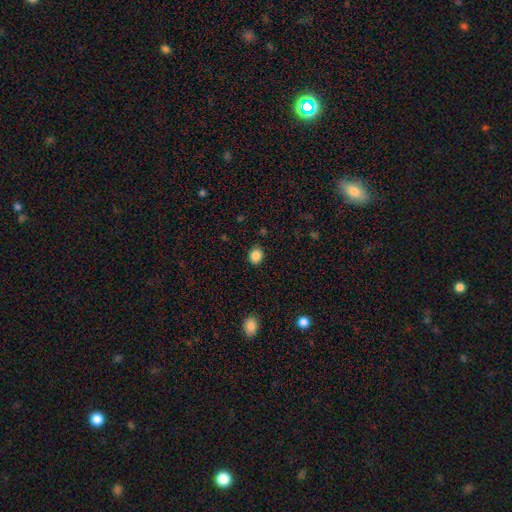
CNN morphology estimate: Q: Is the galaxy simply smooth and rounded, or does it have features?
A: smooth — 86%.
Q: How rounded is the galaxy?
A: round — 64%.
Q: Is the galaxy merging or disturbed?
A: none — 87%.